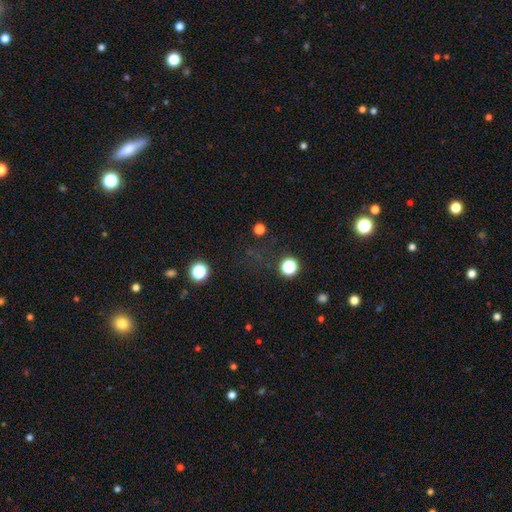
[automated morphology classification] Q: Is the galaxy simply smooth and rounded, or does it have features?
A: star or artifact — 58%.